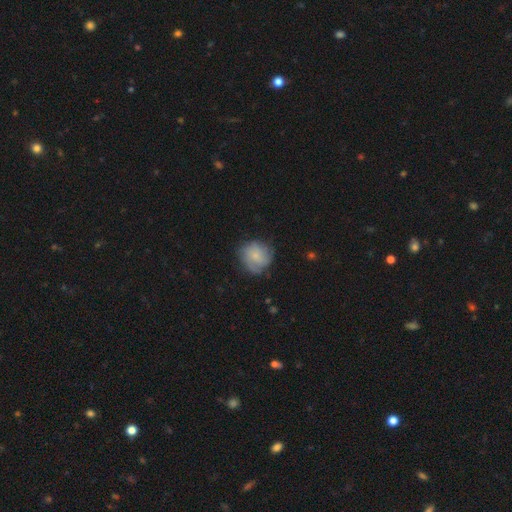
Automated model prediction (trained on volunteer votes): smooth_or_featured: smooth (p=0.59) [alt: featured or disk p=0.33]
how_rounded: round (p=0.85) [alt: in between p=0.14]
merging: none (p=0.67) [alt: minor disturbance p=0.24]